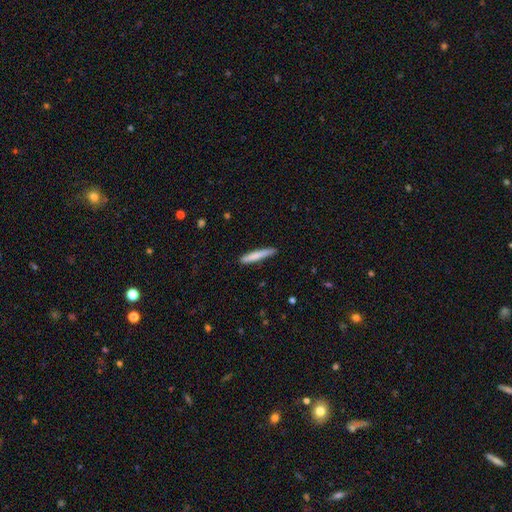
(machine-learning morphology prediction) Q: Smooth or featured?
A: smooth (78%); runner-up: featured or disk (17%)
Q: How rounded?
A: cigar-shaped (94%); runner-up: in between (5%)
Q: Merging?
A: none (85%); runner-up: minor disturbance (11%)